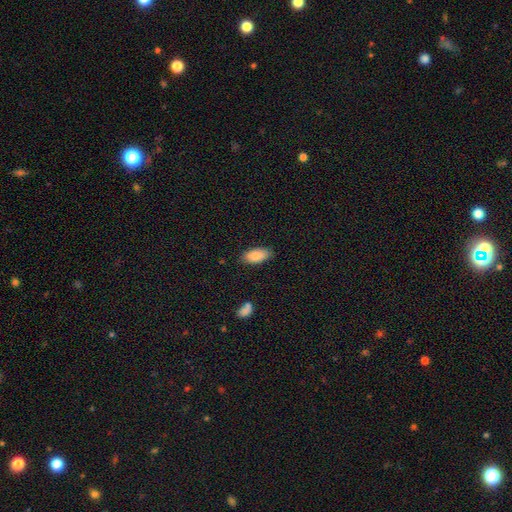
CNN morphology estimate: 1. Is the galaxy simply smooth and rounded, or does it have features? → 87% smooth, 7% featured or disk, 6% star or artifact.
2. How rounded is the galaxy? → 88% in between, 10% cigar-shaped, 2% round.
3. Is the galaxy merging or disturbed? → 82% none, 13% minor disturbance, 3% major disturbance, 2% merger.